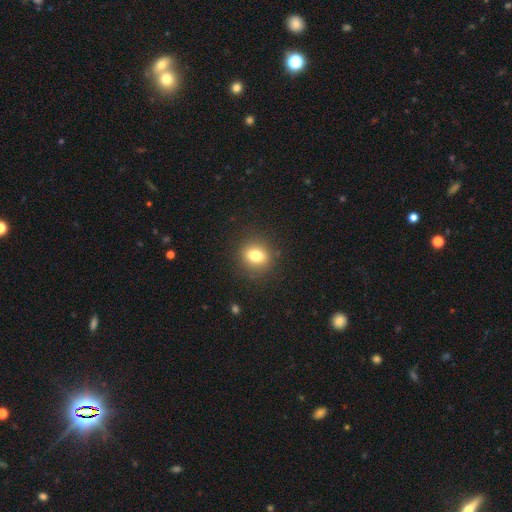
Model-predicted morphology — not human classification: The model was most divided on "how rounded": round: 66%, in between: 33%, cigar-shaped: 1%. More confident: merging — none (88%); smooth or featured — smooth (77%).